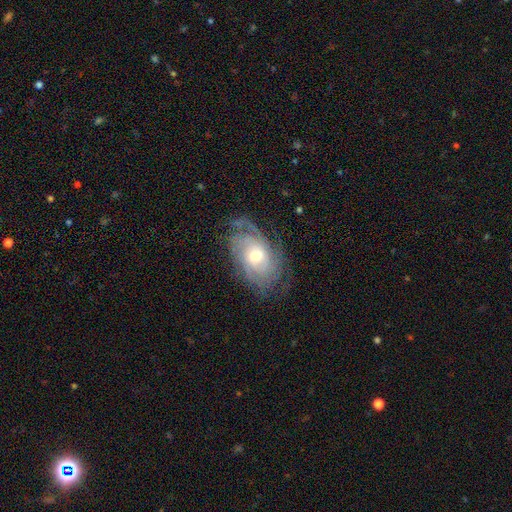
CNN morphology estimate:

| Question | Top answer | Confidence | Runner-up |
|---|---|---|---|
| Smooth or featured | featured or disk | 80% | smooth (13%) |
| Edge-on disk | no | 95% | yes (5%) |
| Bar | no | 65% | weak (29%) |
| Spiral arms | yes | 93% | no (7%) |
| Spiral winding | tight | 60% | medium (30%) |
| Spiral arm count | can't tell | 43% | 3 (17%) |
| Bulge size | moderate | 64% | small (27%) |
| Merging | none | 68% | minor disturbance (20%) |